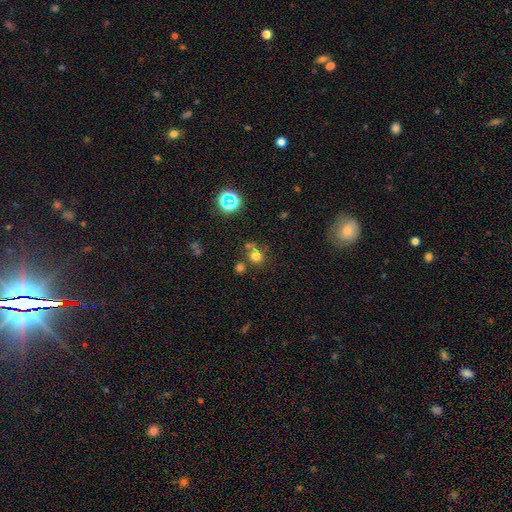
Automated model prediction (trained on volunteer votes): smooth-or-featured: smooth: 70% | star or artifact: 22% | featured or disk: 9%
  how-rounded: round: 84% | in between: 15% | cigar-shaped: 1%
  merging: none: 62% | merger: 21% | minor disturbance: 11% | major disturbance: 5%